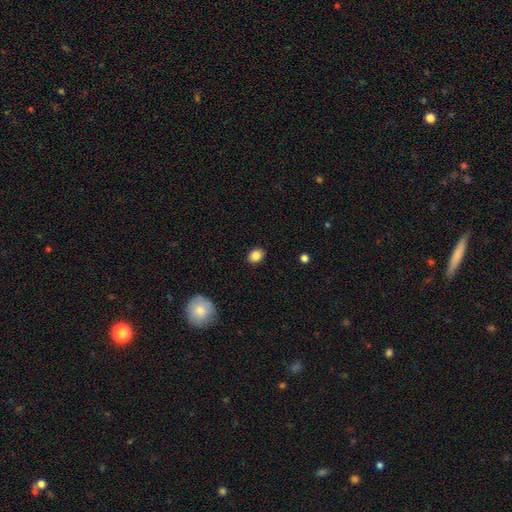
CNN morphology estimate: Smooth or featured? smooth (86%)
How rounded? in between (60%)
Merging? none (89%)